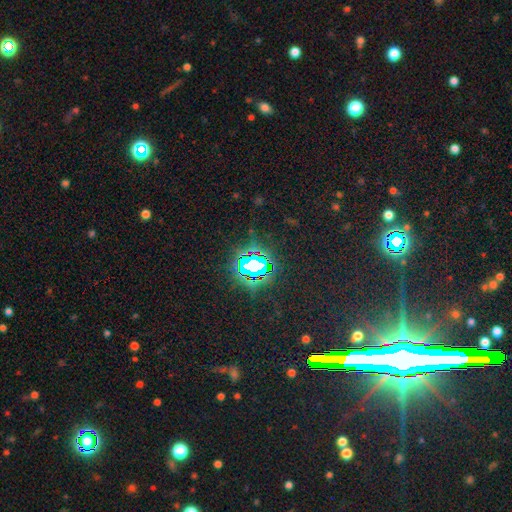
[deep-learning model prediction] Smooth or featured: star or artifact — 78% (smooth — 13%)